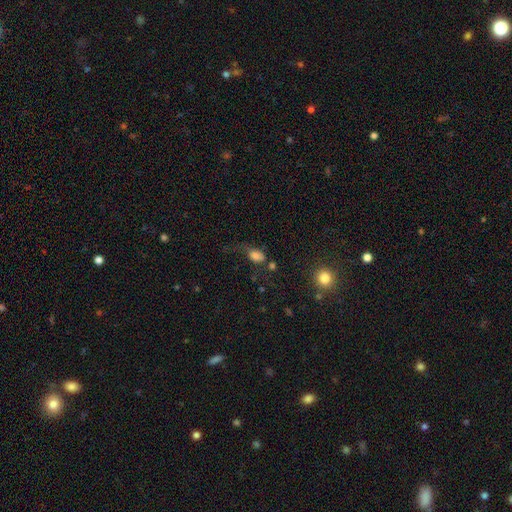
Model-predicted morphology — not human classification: A smooth galaxy with no disk features (74%) that is in between round and cigar-shaped (75%). Merging: major disturbance (35%).